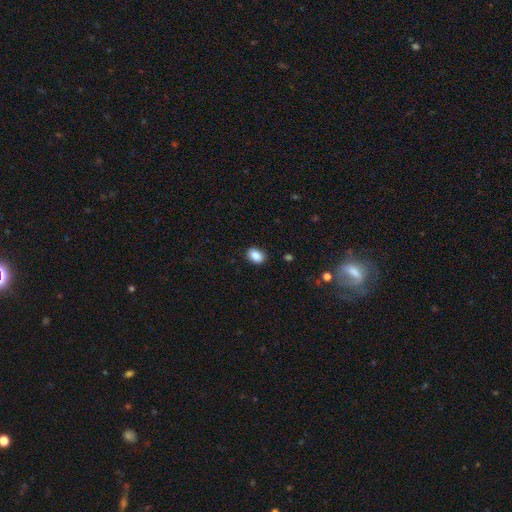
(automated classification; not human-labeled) Smooth or featured? smooth (87%)
How rounded? in between (72%)
Merging? none (88%)